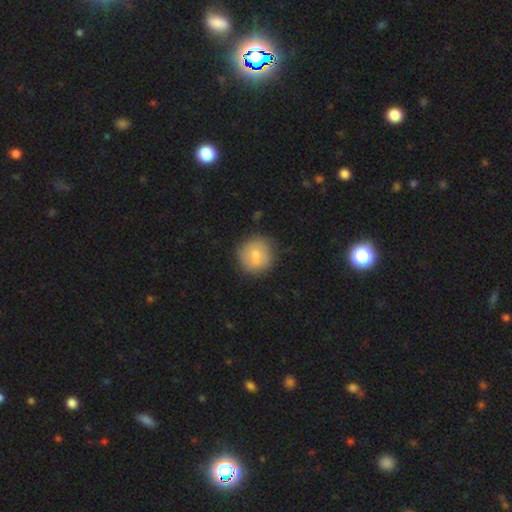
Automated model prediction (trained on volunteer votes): The model was most divided on "smooth or featured": smooth: 70%, featured or disk: 23%, star or artifact: 8%. More confident: how rounded — round (93%); merging — none (68%).